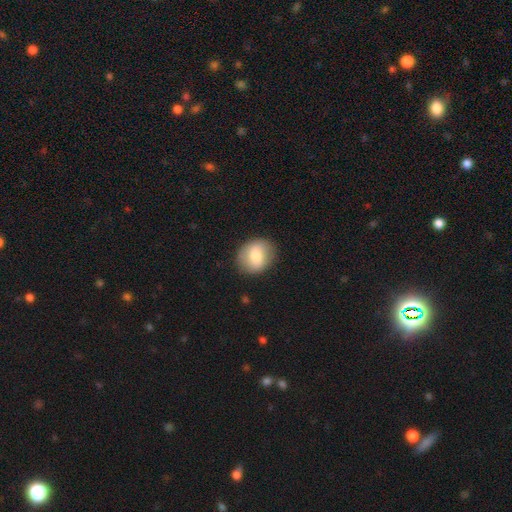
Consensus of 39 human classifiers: Morphology: type=smooth (87%); roundness=round (68%); merging=none (78%).